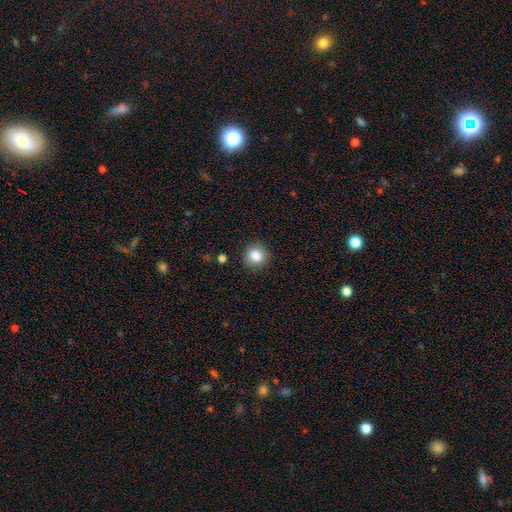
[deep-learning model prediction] smooth_or_featured: smooth (p=0.83) [alt: star or artifact p=0.10]
how_rounded: round (p=0.83) [alt: in between p=0.16]
merging: none (p=0.88) [alt: minor disturbance p=0.09]